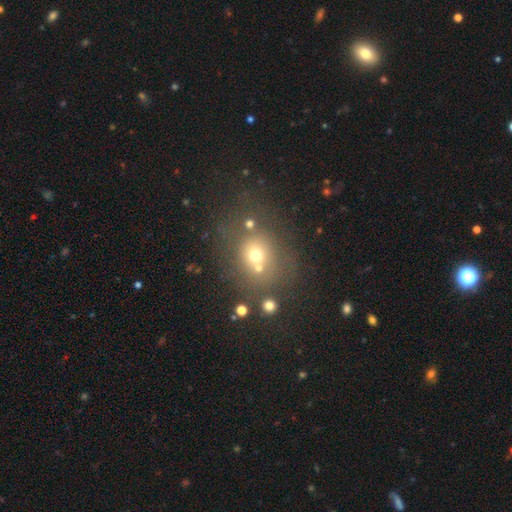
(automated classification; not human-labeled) The model was most divided on "merging": none: 55%, merger: 23%, minor disturbance: 13%, major disturbance: 8%. More confident: how rounded — round (72%); smooth or featured — smooth (63%).